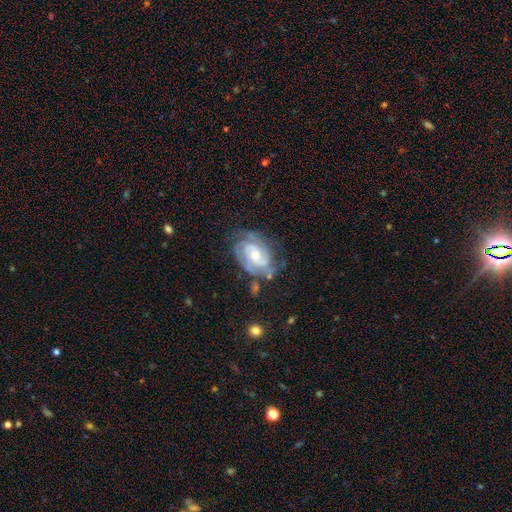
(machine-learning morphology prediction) A featured or disk galaxy (87%) with no bar (52%), 2 (49%) tight (63%) spiral arms (97%) and a moderate central bulge (48%).

Vote fractions:
- Smooth or featured? featured or disk: 87% / smooth: 8% / star or artifact: 5%
- Edge-on disk? no: 97% / yes: 3%
- Bar? no: 52% / weak: 38% / strong: 10%
- Spiral arms? yes: 97% / no: 3%
- Spiral winding? tight: 63% / medium: 31% / loose: 6%
- Spiral arm count? 2: 49% / 3: 23% / can't tell: 17% / 4: 5% / 1: 4% / more than 4: 3%
- Bulge size? moderate: 48% / small: 46% / large: 3% / none: 2% / dominant: 1%
- Merging? none: 67% / minor disturbance: 21% / major disturbance: 9% / merger: 3%